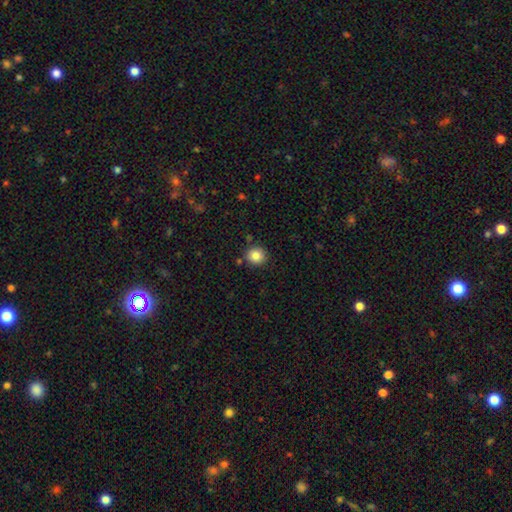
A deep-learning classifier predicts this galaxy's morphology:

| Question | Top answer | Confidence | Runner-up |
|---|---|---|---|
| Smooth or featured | smooth | 84% | star or artifact (10%) |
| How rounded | round | 89% | in between (10%) |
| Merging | none | 86% | minor disturbance (8%) |